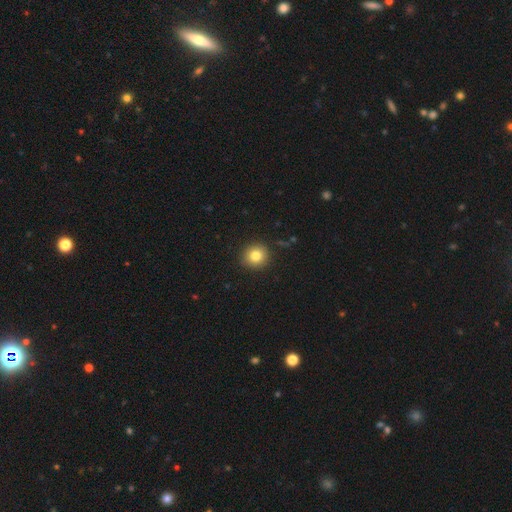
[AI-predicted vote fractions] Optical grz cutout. It shows a smooth galaxy with no disk features (82%) that is round (91%). Merging: none (91%).